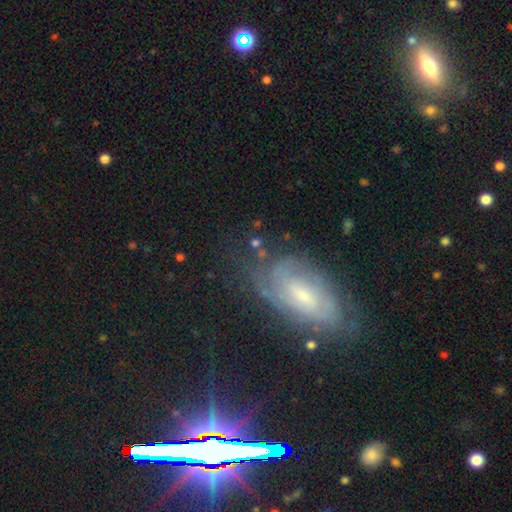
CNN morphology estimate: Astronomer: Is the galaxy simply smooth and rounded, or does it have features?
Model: featured or disk — 62%.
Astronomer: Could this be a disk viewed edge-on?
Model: no — 90%.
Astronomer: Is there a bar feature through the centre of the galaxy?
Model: no — 46% (runner-up: weak, 42%).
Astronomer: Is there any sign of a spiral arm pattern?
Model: yes — 89%.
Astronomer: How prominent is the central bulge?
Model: small — 46% (runner-up: moderate, 42%).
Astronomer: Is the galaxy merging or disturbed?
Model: none — 71%.